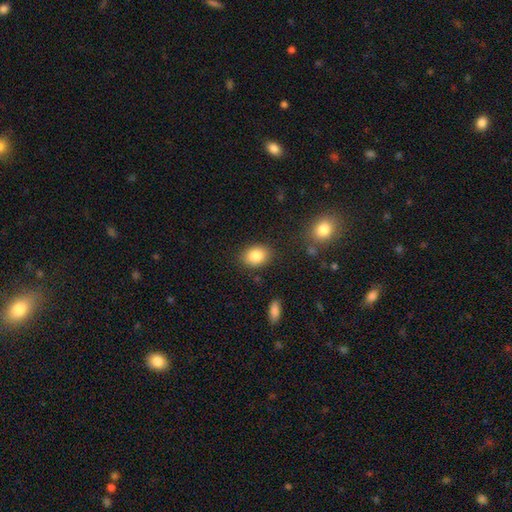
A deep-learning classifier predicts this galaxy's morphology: This is clearly a smooth galaxy (85%). How rounded: likely in between (69%). Merging: clearly none (84%).